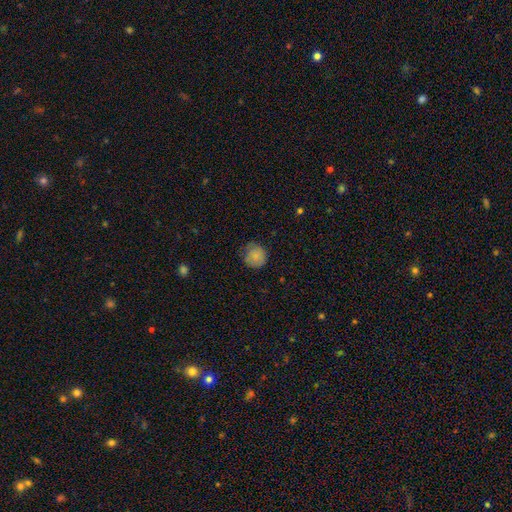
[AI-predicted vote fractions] Smooth or featured: smooth — 84% (star or artifact — 9%)
How rounded: round — 89% (in between — 10%)
Merging: none — 71% (minor disturbance — 23%)